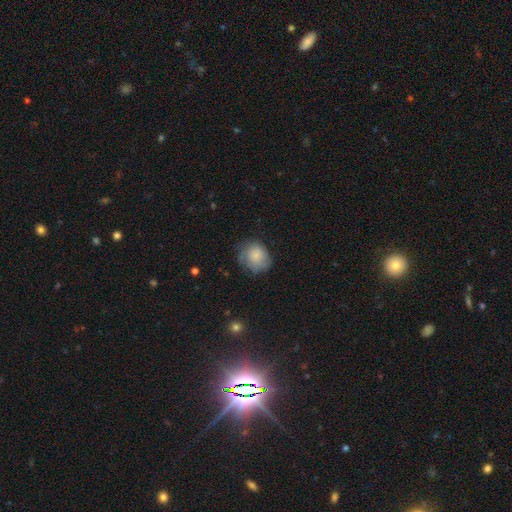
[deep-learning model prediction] Morphology: type=smooth (74%); roundness=round (72%); merging=none (59%).